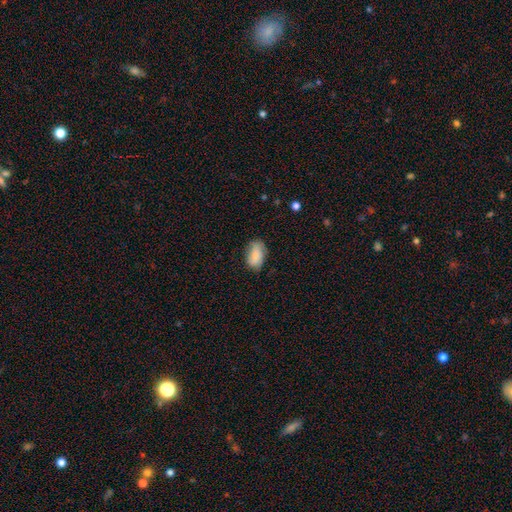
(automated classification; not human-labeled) Smooth or featured? smooth (82%)
How rounded? in between (91%)
Merging? none (67%)